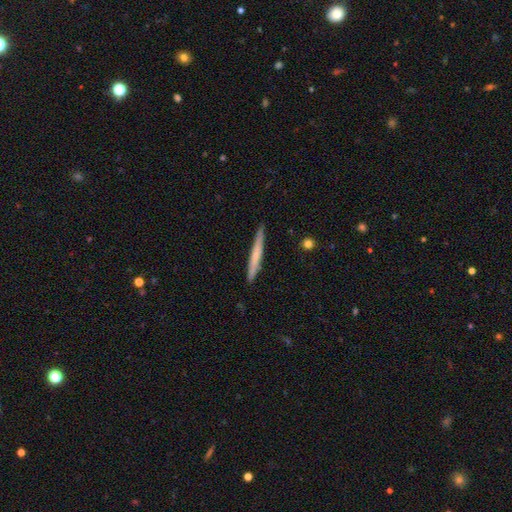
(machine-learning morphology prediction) Smooth or featured: smooth — 56% (featured or disk — 39%)
How rounded: cigar-shaped — 96% (in between — 2%)
Merging: none — 88% (minor disturbance — 9%)